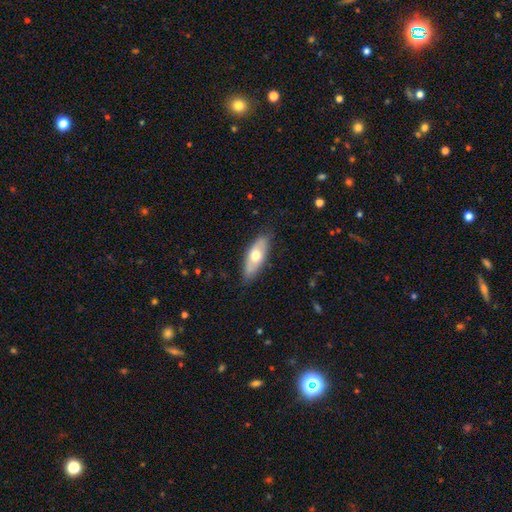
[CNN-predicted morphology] type=smooth (61%); roundness=in between (75%); merging=none (82%).